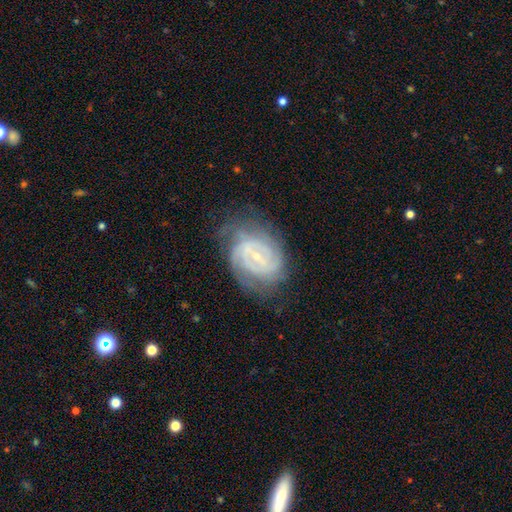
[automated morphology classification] A featured or disk galaxy (83%) with a weak bar (47%), tight (69%) spiral arms (95%) and a small central bulge (78%).

Vote fractions:
- Smooth or featured? featured or disk: 83% / smooth: 9% / star or artifact: 7%
- Edge-on disk? no: 97% / yes: 3%
- Bar? weak: 47% / no: 37% / strong: 17%
- Spiral arms? yes: 95% / no: 5%
- Spiral winding? tight: 69% / medium: 25% / loose: 5%
- Spiral arm count? can't tell: 32% / 2: 29% / 3: 17% / 4: 11% / more than 4: 6% / 1: 6%
- Bulge size? small: 78% / moderate: 17% / none: 3% / large: 1% / dominant: 1%
- Merging? none: 69% / minor disturbance: 20% / major disturbance: 9% / merger: 1%